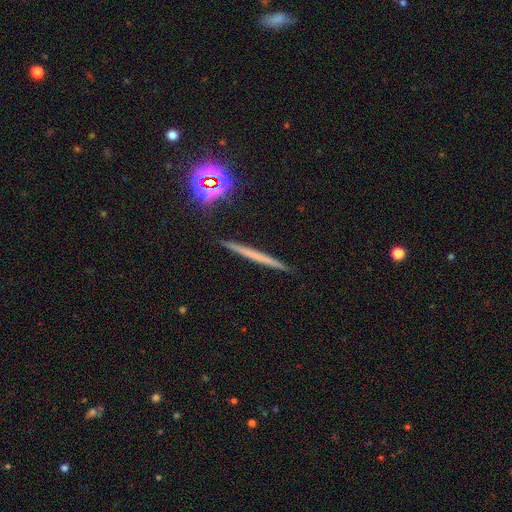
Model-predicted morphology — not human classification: Smooth or featured? Predicted: smooth (p=0.46). Merging? Predicted: none (p=0.91).